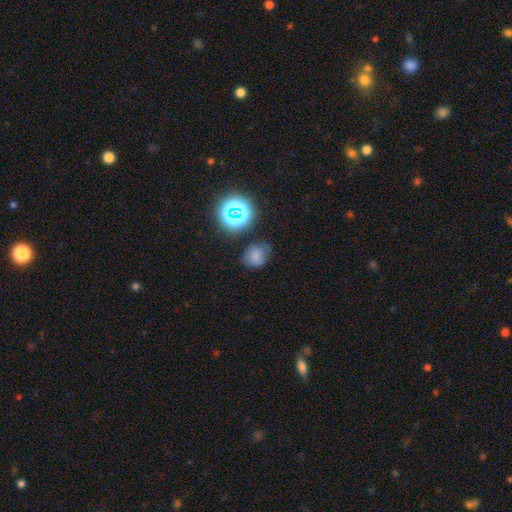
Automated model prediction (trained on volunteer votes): Smooth or featured: smooth — 67% (star or artifact — 21%)
How rounded: round — 56% (in between — 43%)
Merging: none — 60% (minor disturbance — 27%)